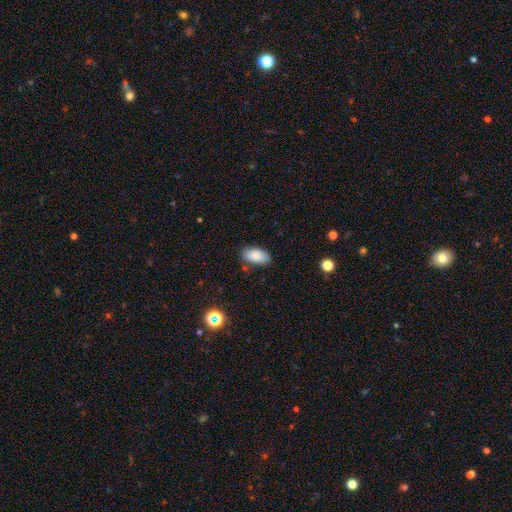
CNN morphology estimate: A smooth galaxy with no disk features (87%) that is in between round and cigar-shaped (94%). Merging: none (80%).